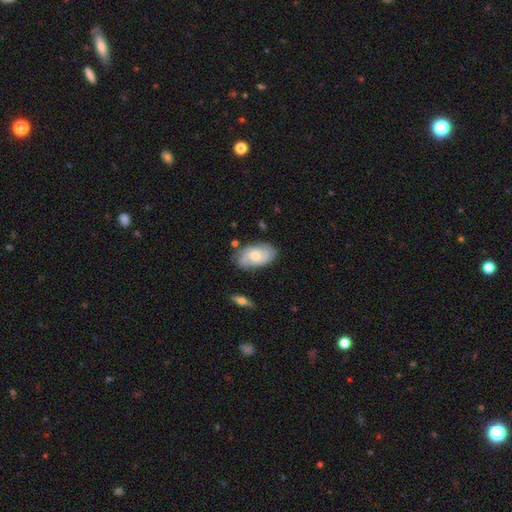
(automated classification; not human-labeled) Overall: featured or disk (57%; smooth 36%). Edge-on disk: no (94%). Bar: no (70%). Spiral arms: yes (85%). Bulge size: moderate (54%; small 36%). Merging: none (70%).